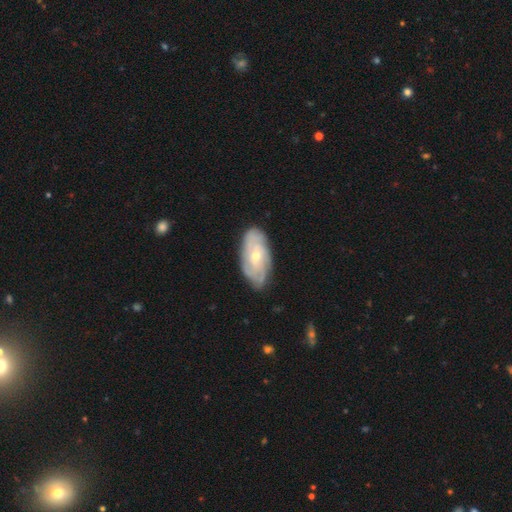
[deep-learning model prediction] Smooth or featured? Predicted: featured or disk (p=0.73). Edge-on disk? Predicted: no (p=0.94). Bar? Predicted: no (p=0.67). Spiral arms? Predicted: yes (p=0.89). Spiral winding? Predicted: tight (p=0.66). Spiral arm count? Predicted: can't tell (p=0.44). Bulge size? Predicted: small (p=0.54). Merging? Predicted: none (p=0.77).